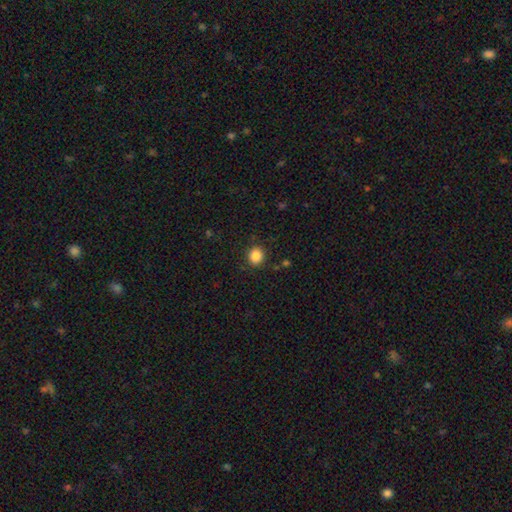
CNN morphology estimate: smooth 86%, star or artifact 10%, featured or disk 4%. Down the decision tree: how rounded — round (79%); merging — none (87%).